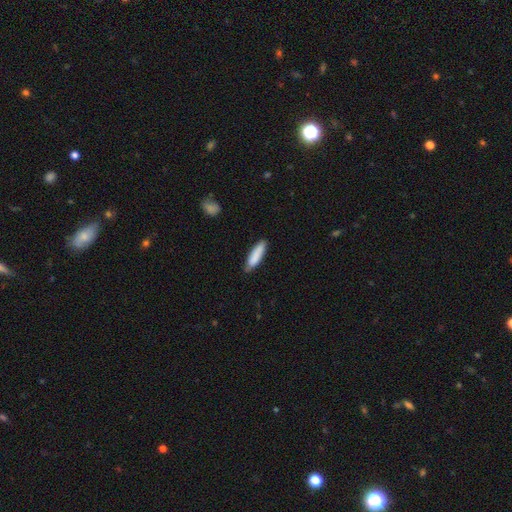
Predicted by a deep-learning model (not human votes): Smooth or featured?
  - smooth: 85% *
  - featured or disk: 9%
  - star or artifact: 6%
How rounded?
  - cigar-shaped: 67% *
  - in between: 32%
  - round: 1%
Merging?
  - none: 78% *
  - minor disturbance: 18%
  - major disturbance: 3%
  - merger: 2%